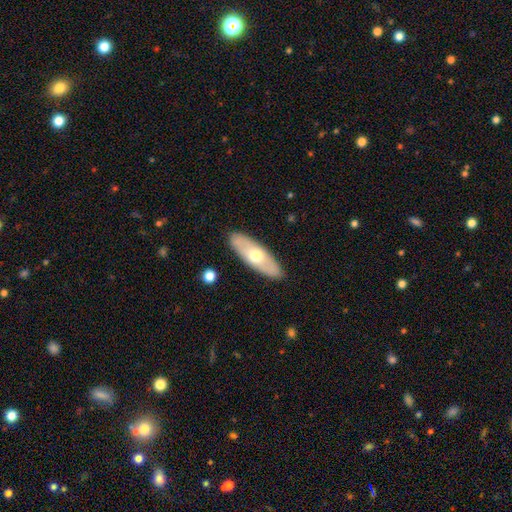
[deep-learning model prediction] Morphology: type=smooth (55%); roundness=in between (62%); merging=none (88%).